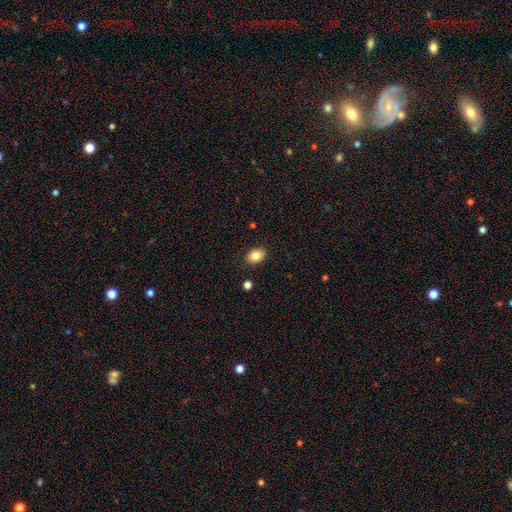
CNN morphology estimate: The model was most divided on "how rounded": in between: 74%, round: 25%, cigar-shaped: 1%. More confident: merging — none (87%); smooth or featured — smooth (85%).